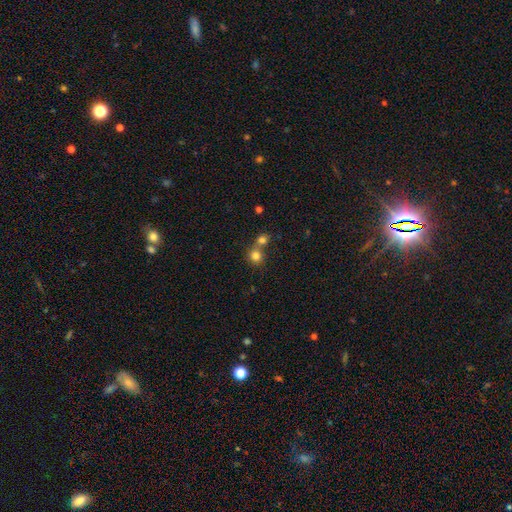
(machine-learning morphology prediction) A smooth galaxy with no disk features (80%) that is round (88%).

Vote fractions:
- Smooth or featured? smooth: 80% / star or artifact: 12% / featured or disk: 7%
- How rounded? round: 88% / in between: 11% / cigar-shaped: 1%
- Merging? none: 48% / merger: 44% / minor disturbance: 6% / major disturbance: 2%